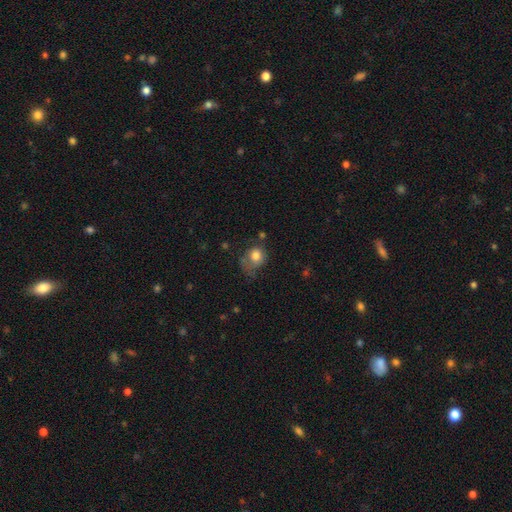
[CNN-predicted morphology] smooth 77%, featured or disk 13%, star or artifact 9%. Down the decision tree: how rounded — round (63%); merging — none (37%).